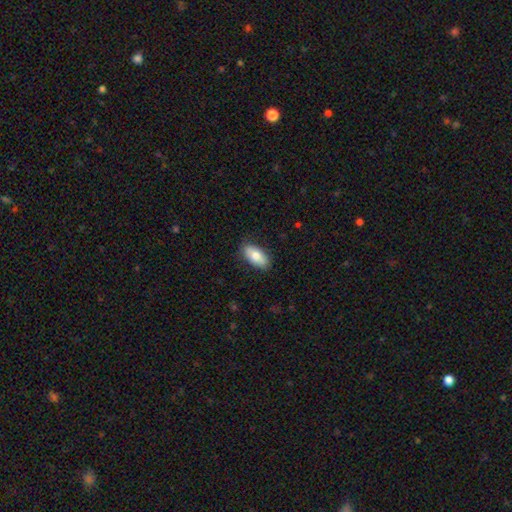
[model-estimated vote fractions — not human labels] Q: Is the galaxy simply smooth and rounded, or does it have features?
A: smooth — 77%.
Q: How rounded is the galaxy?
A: in between — 91%.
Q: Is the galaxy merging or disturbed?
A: none — 86%.